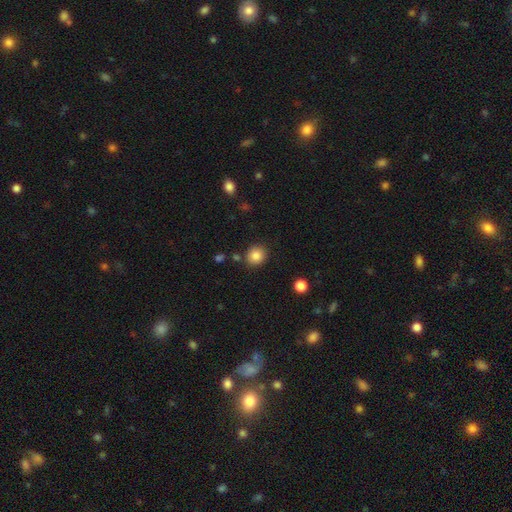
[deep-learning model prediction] Q: Smooth or featured?
A: smooth (85%); runner-up: star or artifact (10%)
Q: How rounded?
A: round (82%); runner-up: in between (17%)
Q: Merging?
A: none (85%); runner-up: minor disturbance (9%)